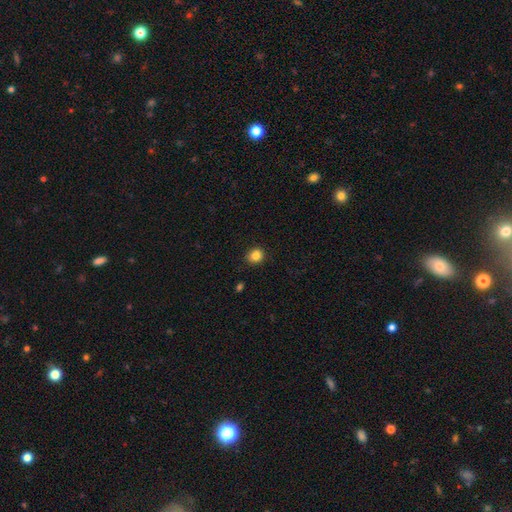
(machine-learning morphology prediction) Smooth or featured?
  - smooth: 84% *
  - star or artifact: 11%
  - featured or disk: 5%
How rounded?
  - round: 78% *
  - in between: 21%
  - cigar-shaped: 1%
Merging?
  - none: 88% *
  - minor disturbance: 9%
  - major disturbance: 2%
  - merger: 1%